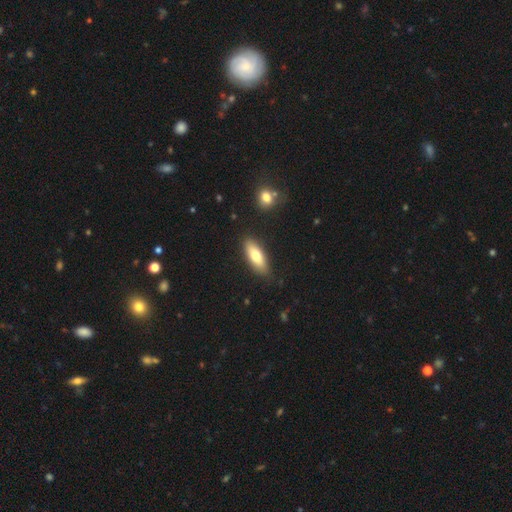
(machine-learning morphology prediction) smooth_or_featured: smooth (p=0.73) [alt: featured or disk p=0.21]
how_rounded: in between (p=0.68) [alt: cigar-shaped p=0.30]
merging: none (p=0.86) [alt: minor disturbance p=0.10]